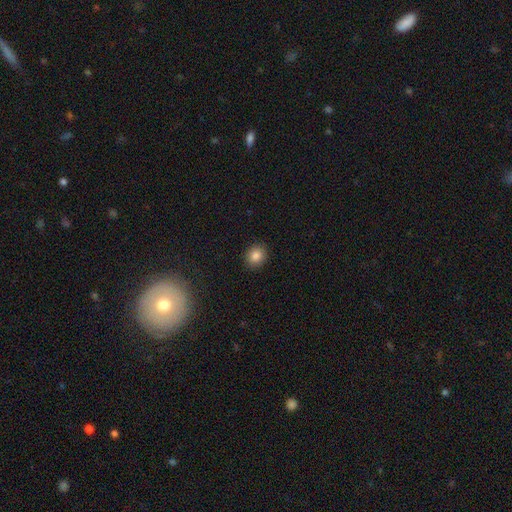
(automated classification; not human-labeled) smooth-or-featured: smooth: 84% | star or artifact: 10% | featured or disk: 5%
  how-rounded: round: 70% | in between: 29% | cigar-shaped: 1%
  merging: none: 91% | minor disturbance: 7% | major disturbance: 2% | merger: 1%